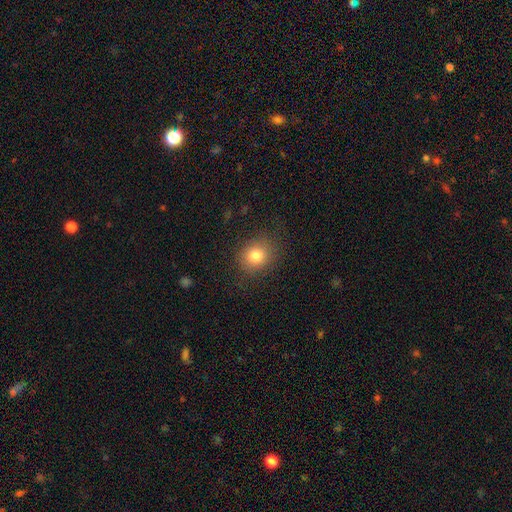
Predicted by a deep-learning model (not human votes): Smooth or featured? smooth (80%)
How rounded? round (72%)
Merging? none (83%)